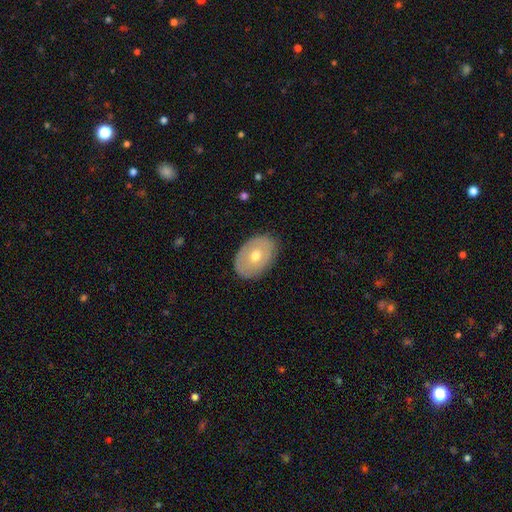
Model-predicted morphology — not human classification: This appears to be a smooth galaxy with no disk features (51%) that is in between round and cigar-shaped (80%). Merging: none (84%).